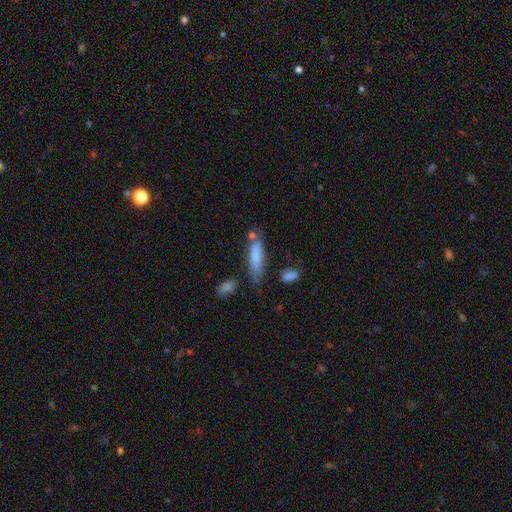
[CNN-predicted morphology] This is likely a smooth galaxy (75%). How rounded: likely cigar-shaped (67%). Merging: possibly none (58%).